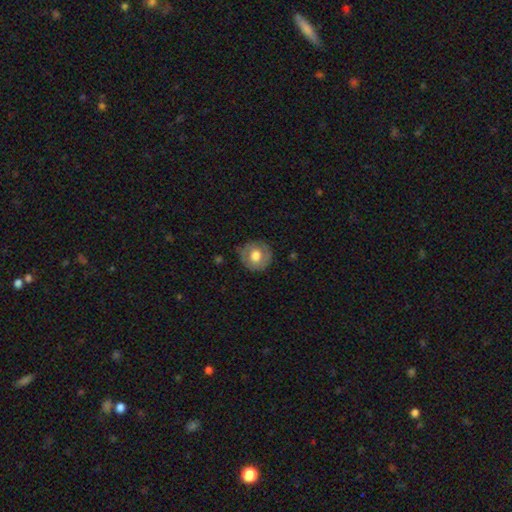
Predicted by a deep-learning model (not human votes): This appears to be a smooth galaxy with no disk features (61%) that is round (89%). Merging: none (79%).